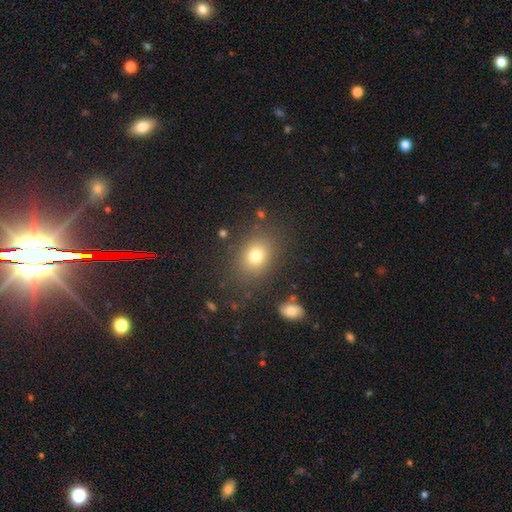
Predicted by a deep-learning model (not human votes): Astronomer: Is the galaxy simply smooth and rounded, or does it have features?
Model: smooth — 76%.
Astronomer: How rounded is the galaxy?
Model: in between — 51% (runner-up: round, 48%).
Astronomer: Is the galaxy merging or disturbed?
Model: none — 83%.